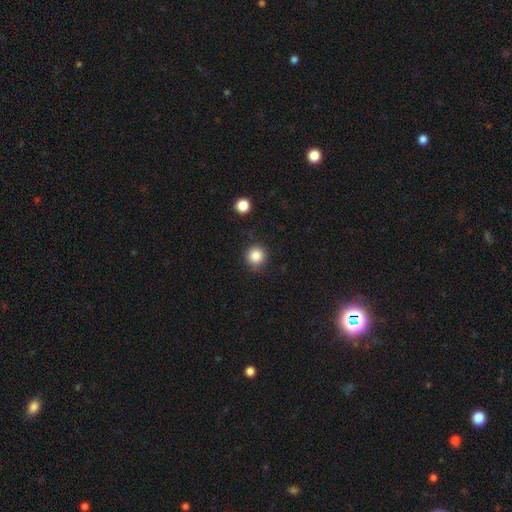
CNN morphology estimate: This is clearly a smooth galaxy (85%). How rounded: clearly round (94%). Merging: clearly none (87%).